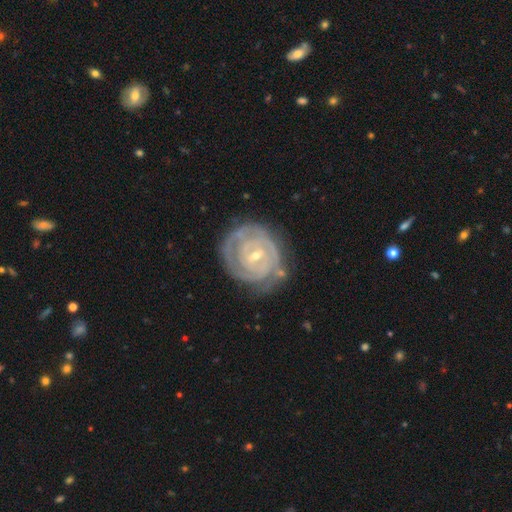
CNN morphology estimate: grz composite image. It shows a featured or disk galaxy (87%) with a weak bar (45%), 2 (35%) tight (81%) spiral arms (94%) and a small central bulge (69%). Merging: none (70%).